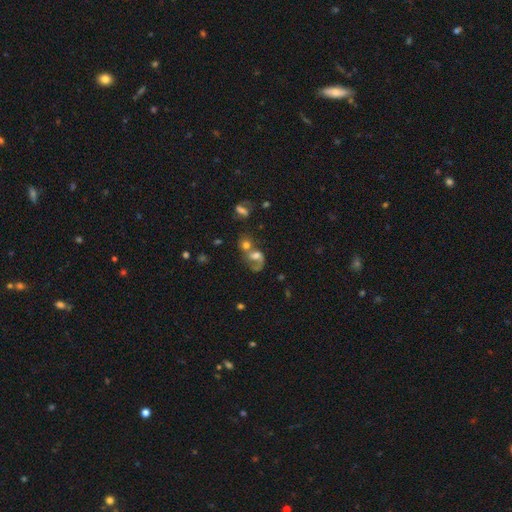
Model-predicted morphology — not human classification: This is possibly a featured or disk galaxy (54%). It is clearly not viewed edge-on (97%). Bar: likely no (67%). Spiral arm pattern: likely yes (71%). Central bulge: possibly moderate (46%). Merging: possibly merger (60%).